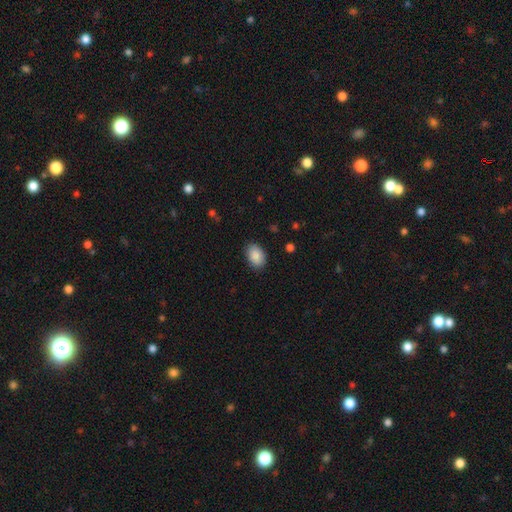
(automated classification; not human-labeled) Morphology: type=smooth (89%); roundness=in between (83%); merging=none (86%).